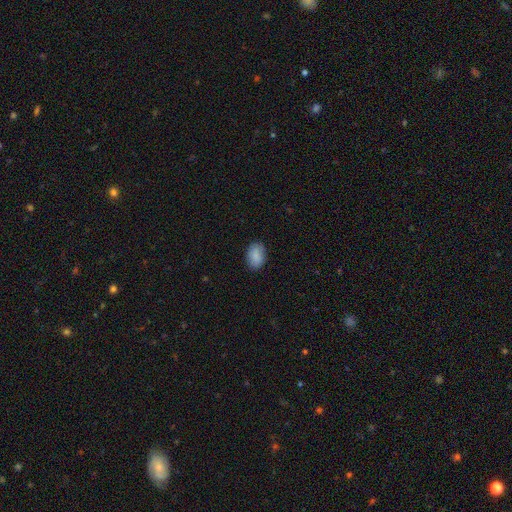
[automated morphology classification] Overall: smooth (88%). How rounded: in between (87%). Merging: none (85%).